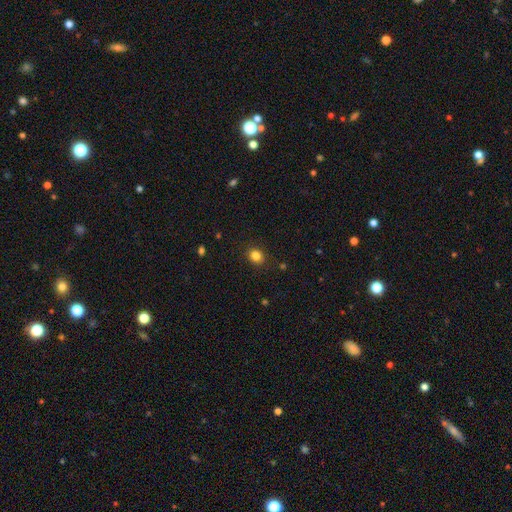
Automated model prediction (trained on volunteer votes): A smooth galaxy with no disk features (84%) that is round (63%).

Vote fractions:
- Smooth or featured? smooth: 84% / star or artifact: 11% / featured or disk: 5%
- How rounded? round: 63% / in between: 36% / cigar-shaped: 1%
- Merging? none: 88% / minor disturbance: 8% / major disturbance: 2% / merger: 1%